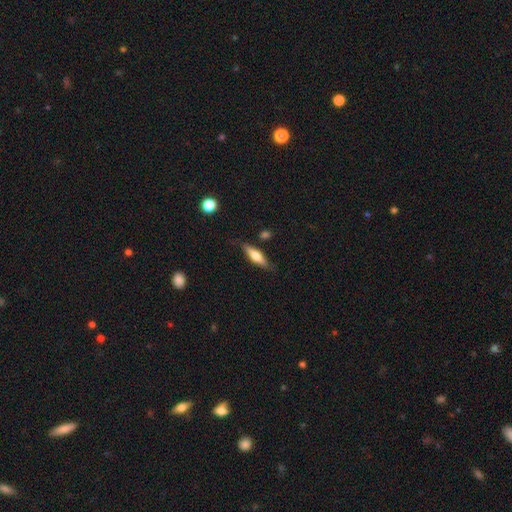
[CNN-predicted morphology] type=smooth (56%); roundness=cigar-shaped (60%); merging=none (76%).